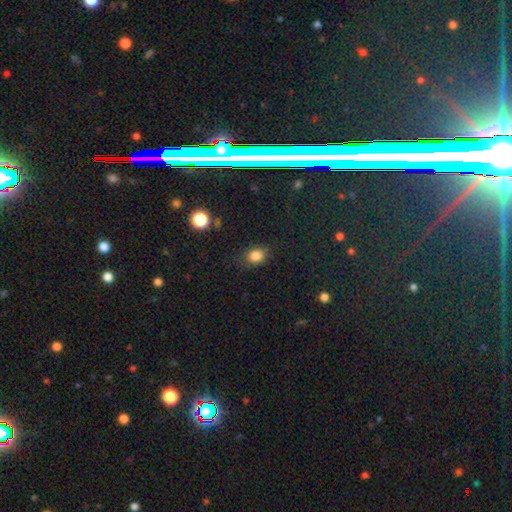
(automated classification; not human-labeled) Q: Smooth or featured?
A: smooth (83%); runner-up: star or artifact (12%)
Q: How rounded?
A: in between (51%); runner-up: round (48%)
Q: Merging?
A: none (77%); runner-up: minor disturbance (17%)